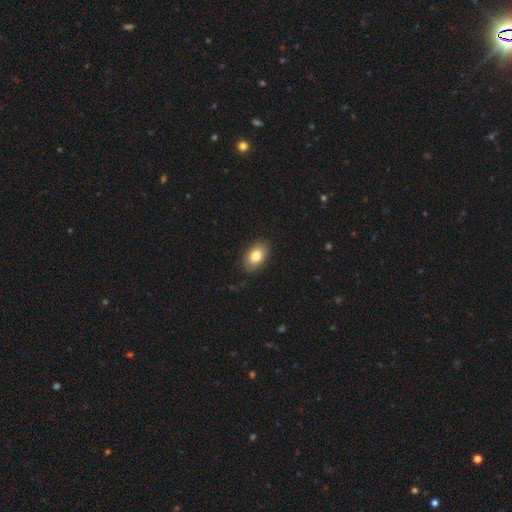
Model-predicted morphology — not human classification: smooth 81%, featured or disk 12%, star or artifact 7%. Down the decision tree: how rounded — in between (88%); merging — none (87%).